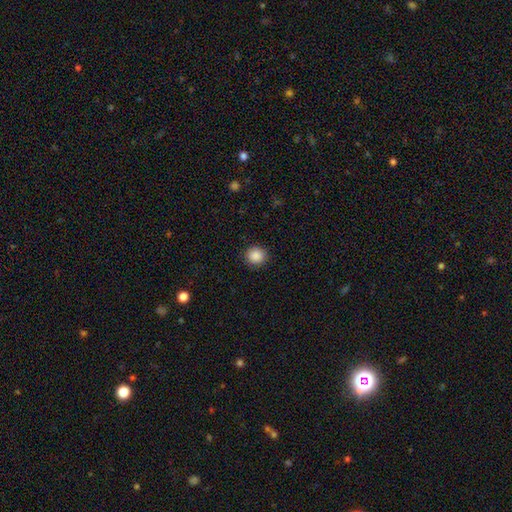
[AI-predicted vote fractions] Smooth or featured? smooth (88%)
How rounded? round (90%)
Merging? none (91%)